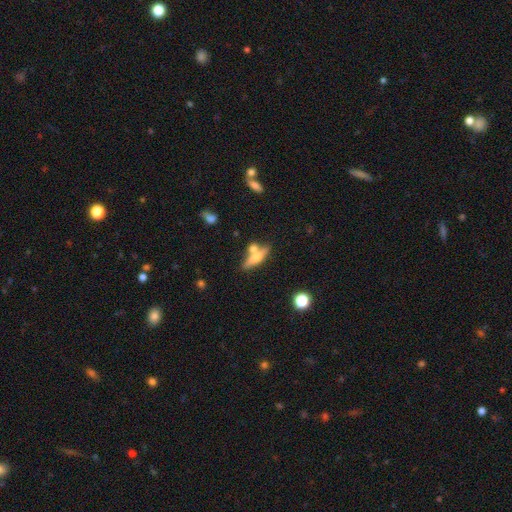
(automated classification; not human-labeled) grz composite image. It shows a smooth galaxy with no disk features (52%) that is cigar-shaped (62%). Merging: none (57%).